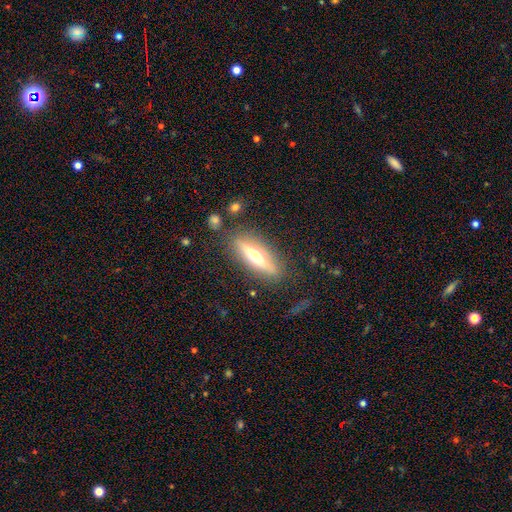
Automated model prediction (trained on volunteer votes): This appears to be a featured or disk galaxy (53%) viewed edge-on (85%). Merging: none (82%).